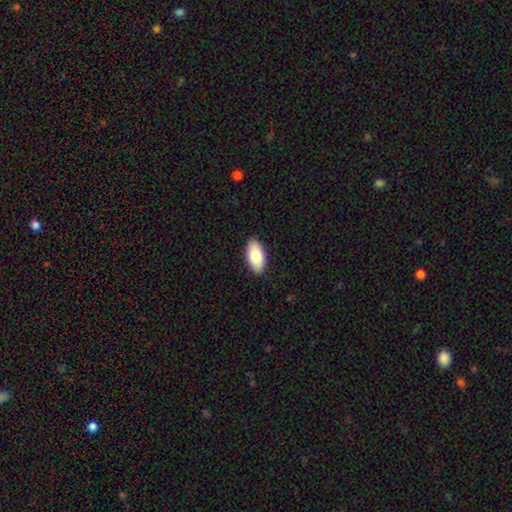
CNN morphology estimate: Smooth or featured?
  - smooth: 82% *
  - featured or disk: 12%
  - star or artifact: 6%
How rounded?
  - in between: 94% *
  - cigar-shaped: 4%
  - round: 2%
Merging?
  - none: 90% *
  - minor disturbance: 8%
  - major disturbance: 2%
  - merger: 1%